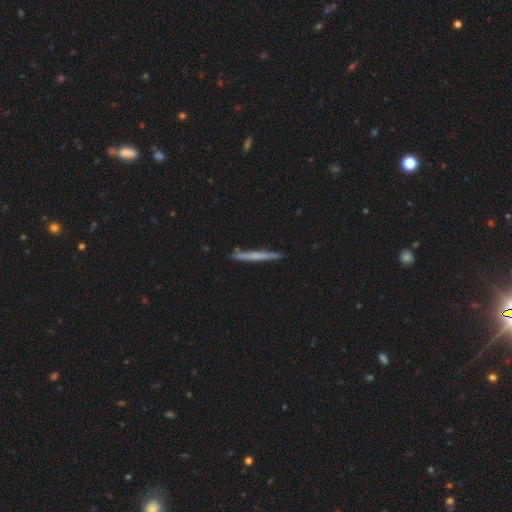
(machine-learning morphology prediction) Q: Smooth or featured?
A: featured or disk (49%); runner-up: smooth (45%)
Q: Merging?
A: none (88%); runner-up: minor disturbance (9%)